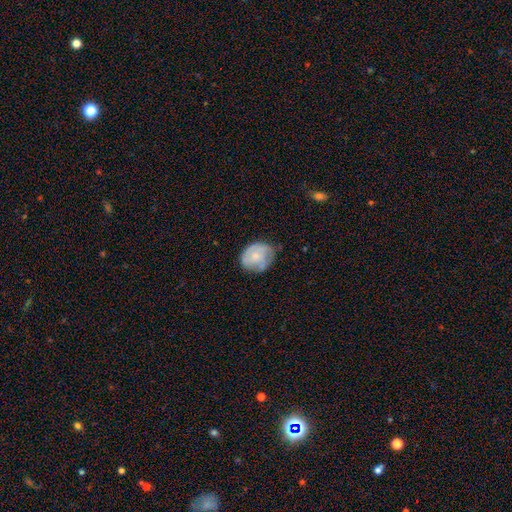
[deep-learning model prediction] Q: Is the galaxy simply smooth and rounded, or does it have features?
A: smooth — 56%.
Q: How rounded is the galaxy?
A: round — 56%.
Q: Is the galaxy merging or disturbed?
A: none — 55%.